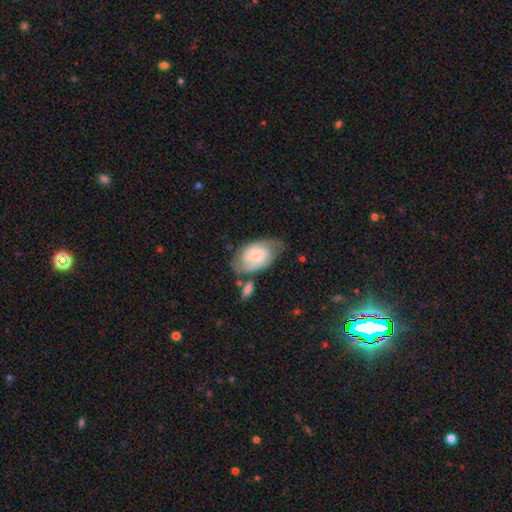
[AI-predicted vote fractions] Smooth or featured: featured or disk — 64% (smooth — 30%)
Edge-on disk: no — 96% (yes — 4%)
Bar: no — 47% (weak — 43%)
Spiral arms: yes — 91% (no — 9%)
Spiral winding: medium — 44% (tight — 42%)
Spiral arm count: 2 — 71% (can't tell — 16%)
Bulge size: small — 60% (moderate — 21%)
Merging: none — 55% (minor disturbance — 24%)